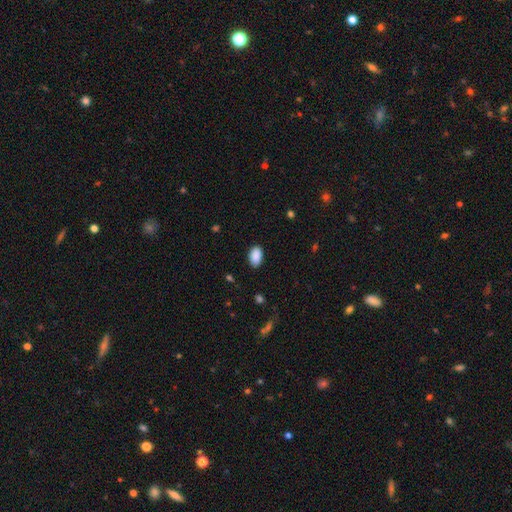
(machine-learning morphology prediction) This is clearly a smooth galaxy (90%). How rounded: clearly in between (93%). Merging: clearly none (86%).